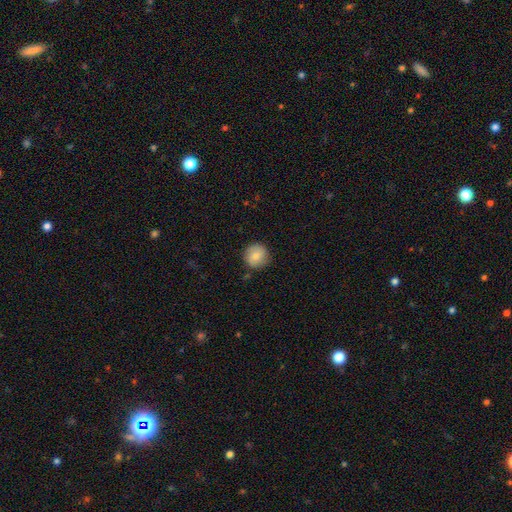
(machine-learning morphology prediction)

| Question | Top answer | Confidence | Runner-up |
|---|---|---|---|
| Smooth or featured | smooth | 75% | featured or disk (17%) |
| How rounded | round | 93% | in between (6%) |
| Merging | none | 85% | minor disturbance (11%) |